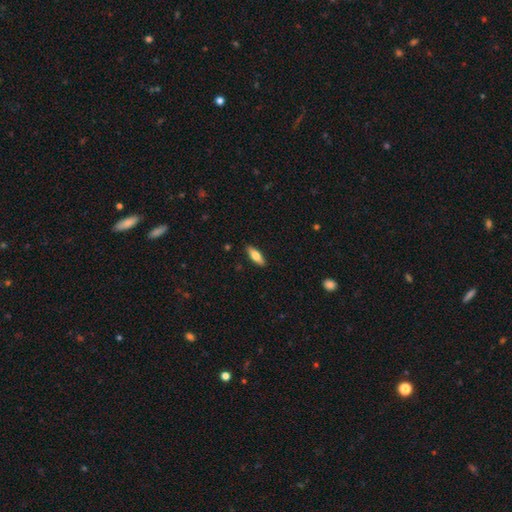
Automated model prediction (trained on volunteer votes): Smooth or featured: smooth — 70% (featured or disk — 25%)
How rounded: in between — 57% (cigar-shaped — 40%)
Merging: none — 89% (minor disturbance — 9%)